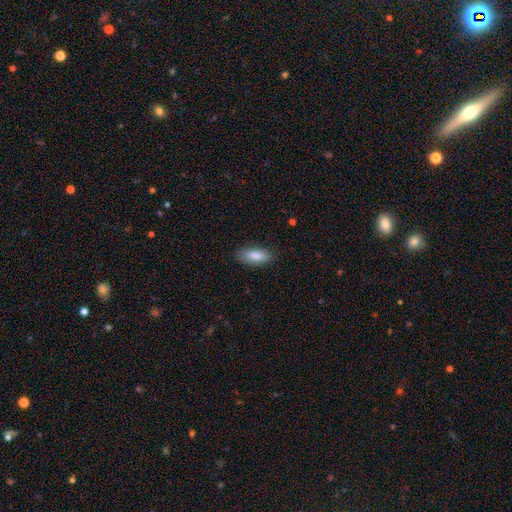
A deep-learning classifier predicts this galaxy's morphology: Q: Smooth or featured?
A: smooth (86%); runner-up: featured or disk (8%)
Q: How rounded?
A: in between (81%); runner-up: cigar-shaped (17%)
Q: Merging?
A: none (84%); runner-up: minor disturbance (13%)